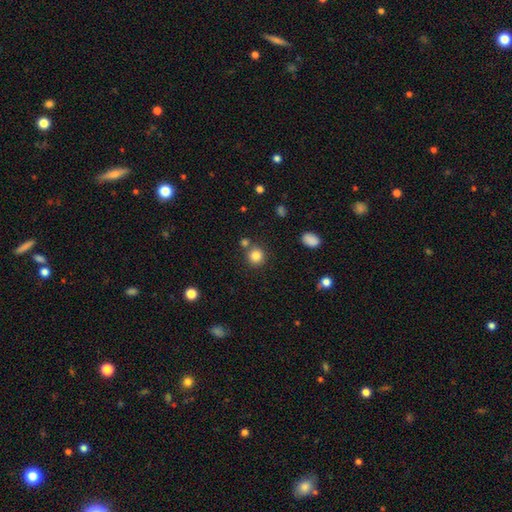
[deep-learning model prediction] smooth-or-featured: smooth: 83% | star or artifact: 12% | featured or disk: 6%
  how-rounded: round: 91% | in between: 8% | cigar-shaped: 1%
  merging: none: 76% | merger: 13% | minor disturbance: 8% | major disturbance: 3%